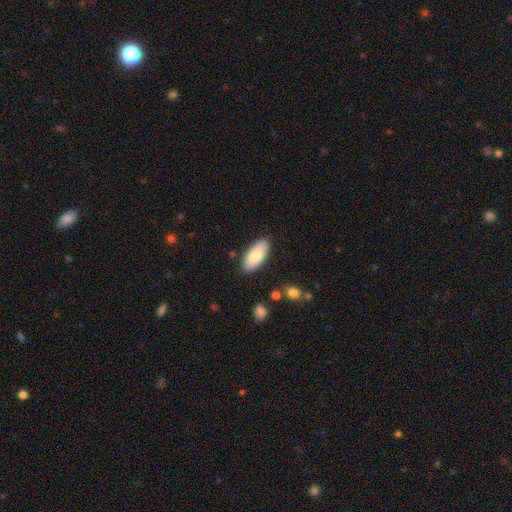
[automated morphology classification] This appears to be a smooth galaxy with no disk features (83%) that is in between round and cigar-shaped (87%). Merging: none (85%).